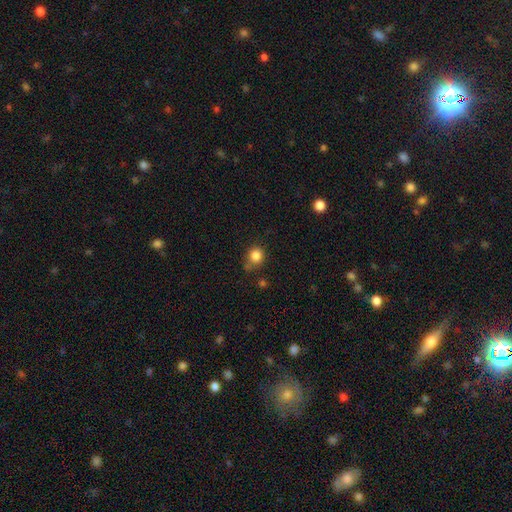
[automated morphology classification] Smooth or featured? Predicted: smooth (p=0.84). How rounded? Predicted: round (p=0.83). Merging? Predicted: none (p=0.70).